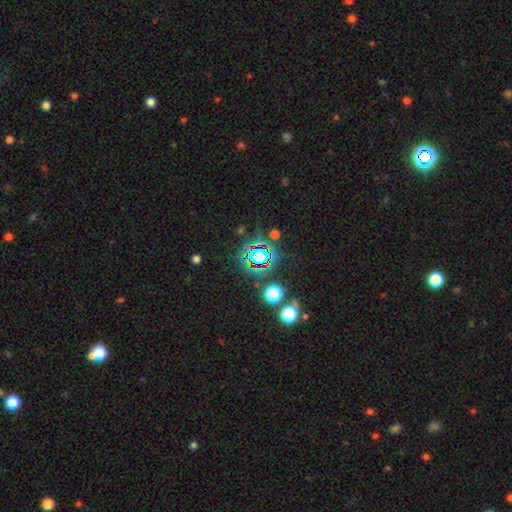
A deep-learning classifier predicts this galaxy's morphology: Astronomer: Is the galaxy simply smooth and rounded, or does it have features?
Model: star or artifact — 66%.